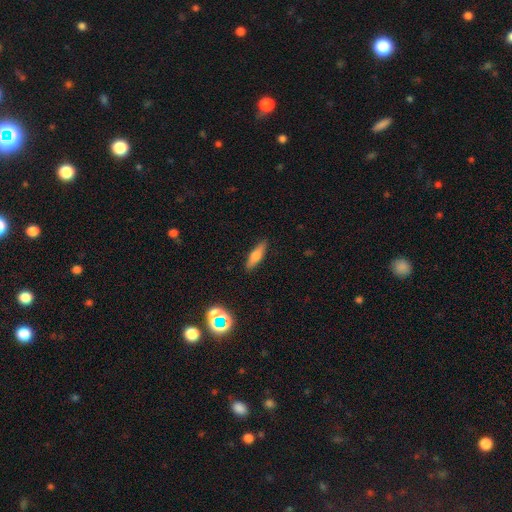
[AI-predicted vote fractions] This appears to be a smooth galaxy with no disk features (66%) that is cigar-shaped (61%). Merging: none (88%).